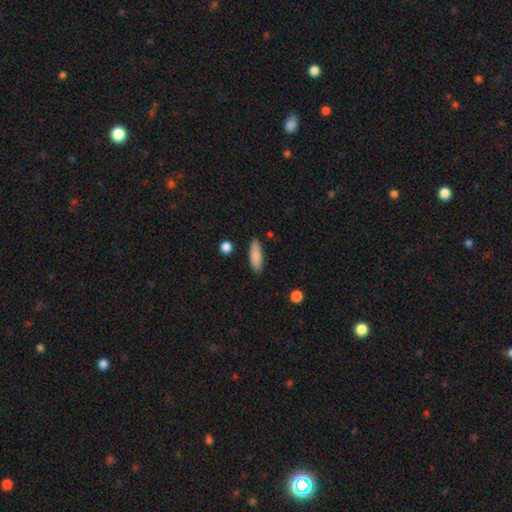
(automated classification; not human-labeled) Smooth or featured? Predicted: smooth (p=0.86). How rounded? Predicted: in between (p=0.49, tied with cigar-shaped). Merging? Predicted: none (p=0.87).